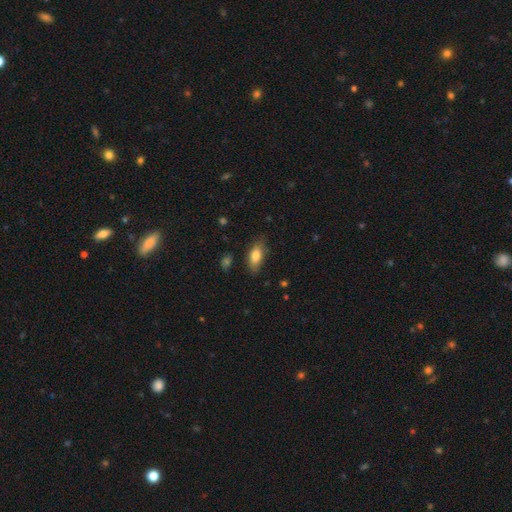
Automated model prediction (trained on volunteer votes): Q: Smooth or featured?
A: smooth (80%); runner-up: featured or disk (12%)
Q: How rounded?
A: in between (85%); runner-up: cigar-shaped (12%)
Q: Merging?
A: none (78%); runner-up: minor disturbance (17%)